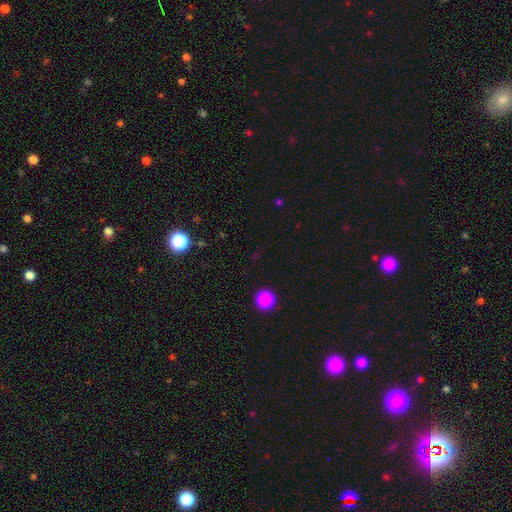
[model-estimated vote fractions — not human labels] The model was most divided on "smooth or featured": smooth: 60%, star or artifact: 34%, featured or disk: 6%. More confident: how rounded — round (90%); merging — none (89%).